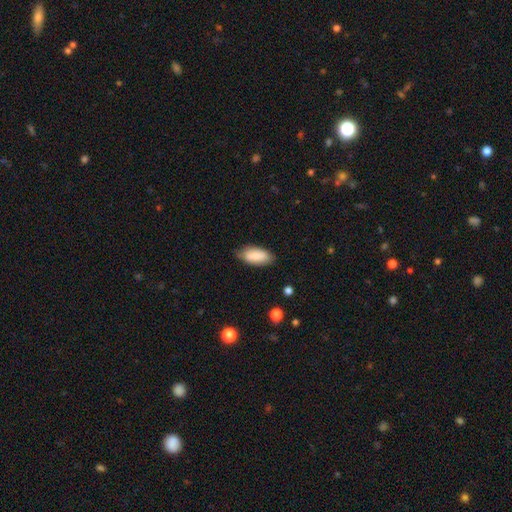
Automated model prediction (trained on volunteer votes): smooth 88%, featured or disk 6%, star or artifact 6%. Down the decision tree: how rounded — in between (89%); merging — none (79%).